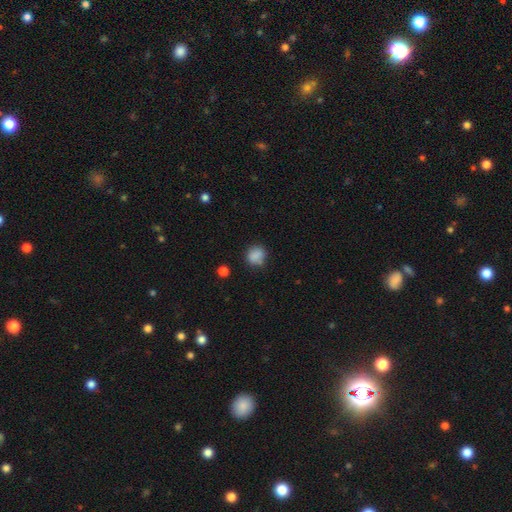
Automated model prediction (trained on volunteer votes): A smooth galaxy with no disk features (85%) that is round (72%). Merging: none (72%).